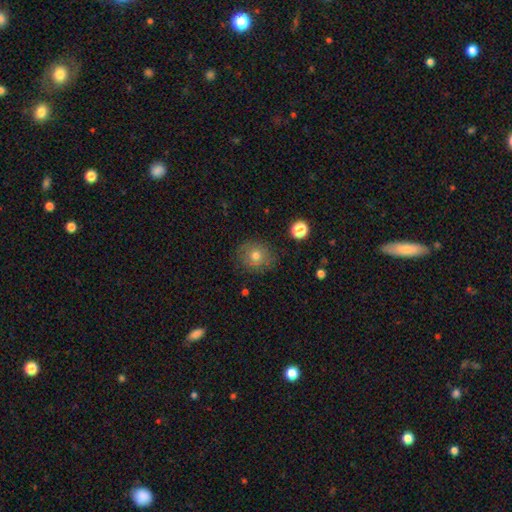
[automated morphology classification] type=smooth (72%); roundness=round (80%); merging=none (82%).